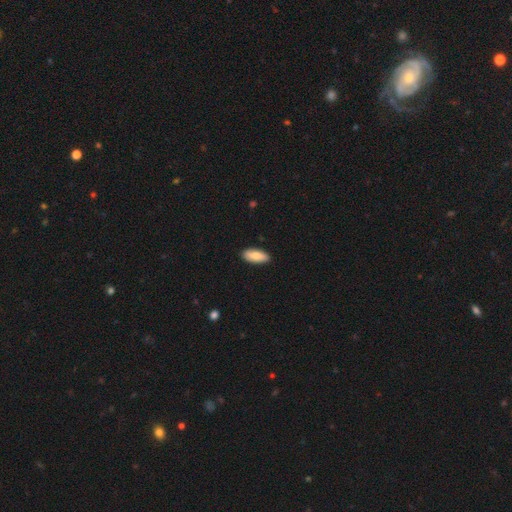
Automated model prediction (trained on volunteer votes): smooth 81%, featured or disk 14%, star or artifact 6%. Down the decision tree: how rounded — in between (84%); merging — none (89%).